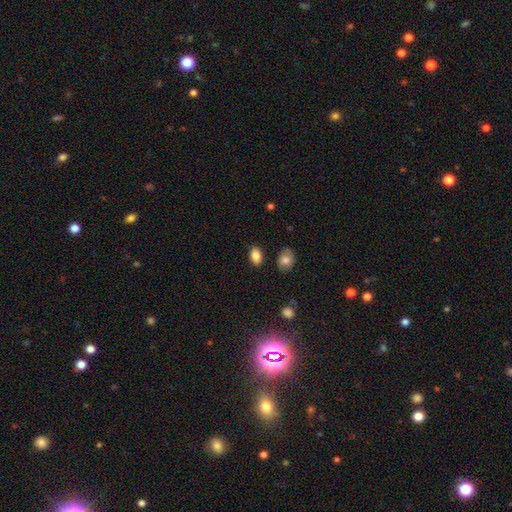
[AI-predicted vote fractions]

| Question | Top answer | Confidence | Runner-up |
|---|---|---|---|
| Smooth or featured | smooth | 85% | star or artifact (8%) |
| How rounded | in between | 87% | round (11%) |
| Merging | none | 84% | minor disturbance (11%) |